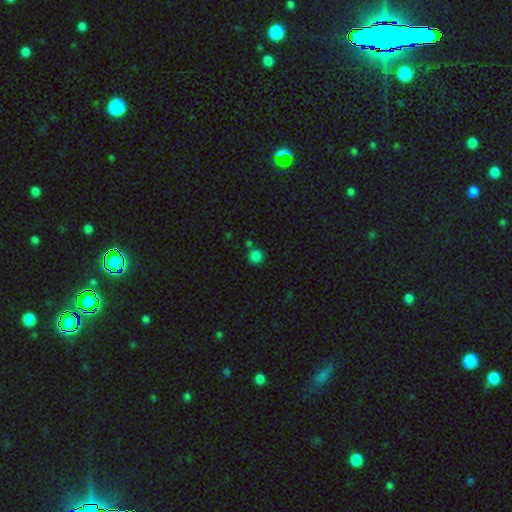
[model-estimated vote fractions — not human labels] Smooth or featured: smooth — 82% (star or artifact — 14%)
How rounded: round — 92% (in between — 7%)
Merging: none — 73% (merger — 14%)